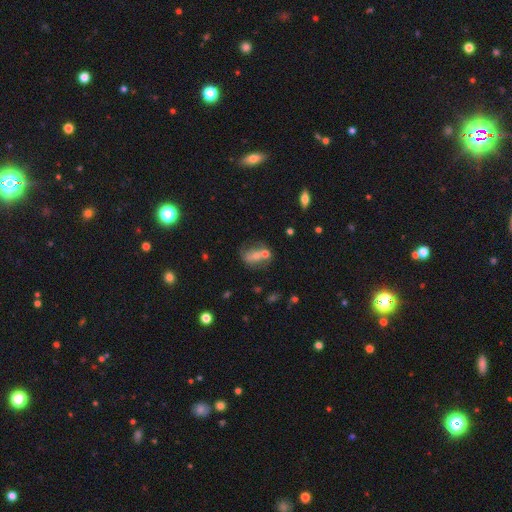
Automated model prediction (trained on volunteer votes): A smooth galaxy with no disk features (52%) that is in between round and cigar-shaped (62%). Merging: merger (47%).